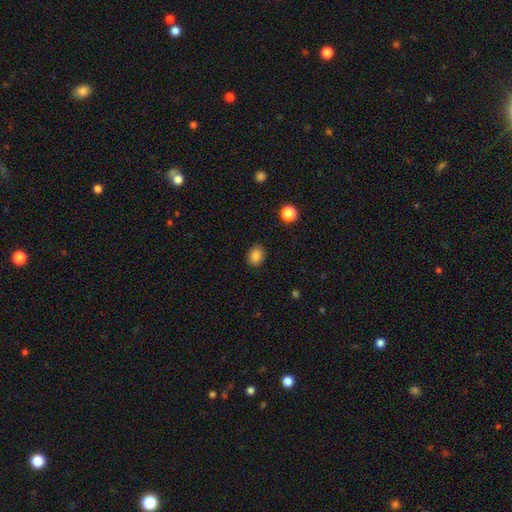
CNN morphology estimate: A smooth galaxy with no disk features (84%) that is round (53%).

Vote fractions:
- Smooth or featured? smooth: 84% / star or artifact: 10% / featured or disk: 6%
- How rounded? round: 53% / in between: 46% / cigar-shaped: 1%
- Merging? none: 88% / minor disturbance: 9% / major disturbance: 2% / merger: 1%